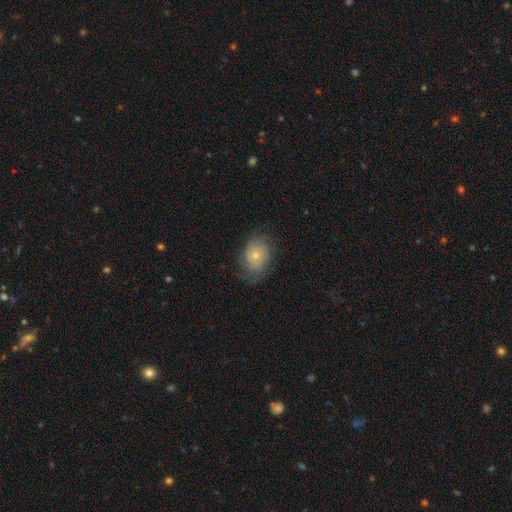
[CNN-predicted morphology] smooth 52%, featured or disk 40%, star or artifact 9%. Down the decision tree: how rounded — in between (67%); merging — none (63%).